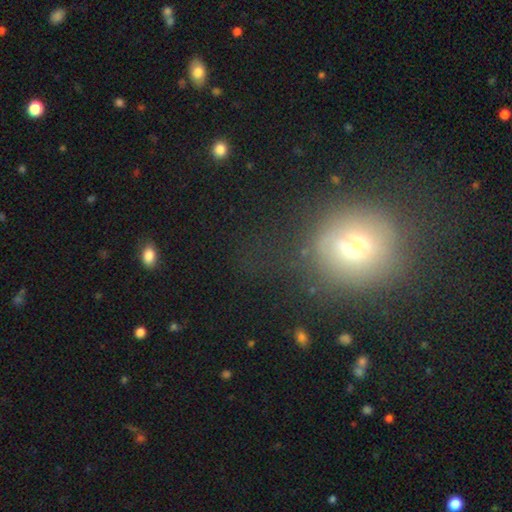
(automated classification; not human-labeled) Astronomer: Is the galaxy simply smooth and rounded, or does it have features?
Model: smooth — 51% (runner-up: star or artifact, 29%).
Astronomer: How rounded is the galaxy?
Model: round — 78%.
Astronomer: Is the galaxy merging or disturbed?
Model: none — 70%.